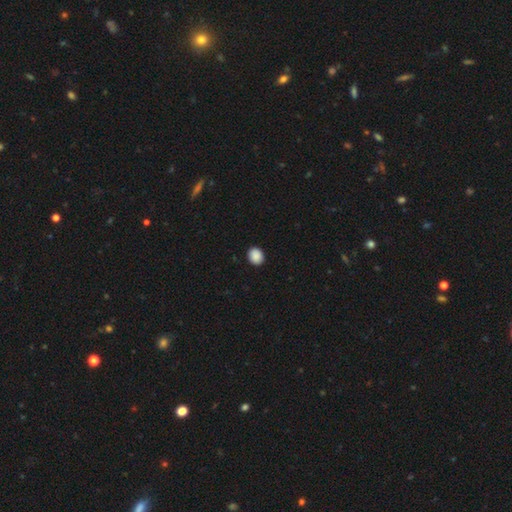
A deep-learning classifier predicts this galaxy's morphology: A smooth galaxy with no disk features (90%) that is round (66%).

Vote fractions:
- Smooth or featured? smooth: 90% / star or artifact: 8% / featured or disk: 2%
- How rounded? round: 66% / in between: 34% / cigar-shaped: 1%
- Merging? none: 92% / minor disturbance: 6% / major disturbance: 2% / merger: 1%